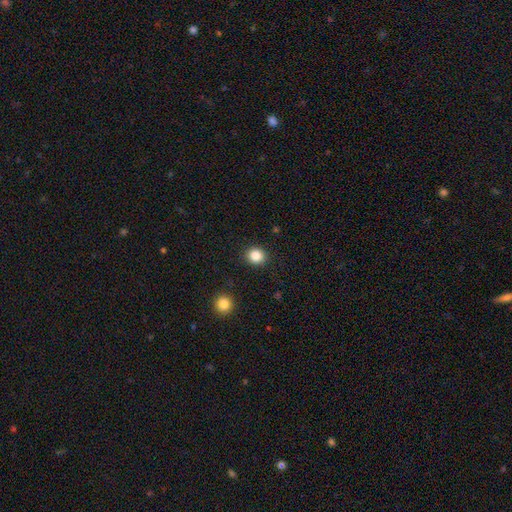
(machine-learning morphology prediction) Smooth or featured? smooth (85%)
How rounded? round (83%)
Merging? none (90%)